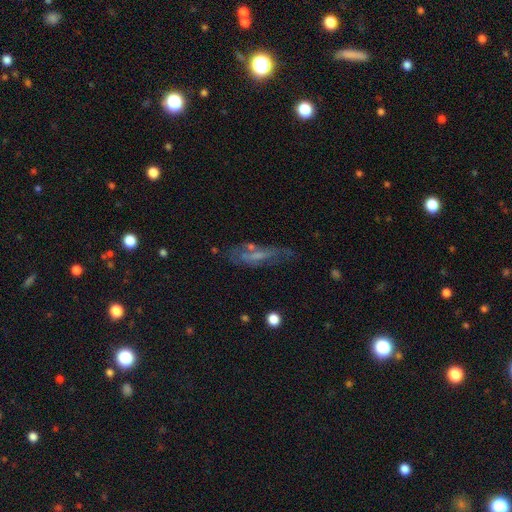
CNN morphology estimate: Q: Smooth or featured?
A: featured or disk (56%); runner-up: smooth (32%)
Q: Edge-on disk?
A: no (71%); runner-up: yes (29%)
Q: Merging?
A: none (51%); runner-up: minor disturbance (24%)